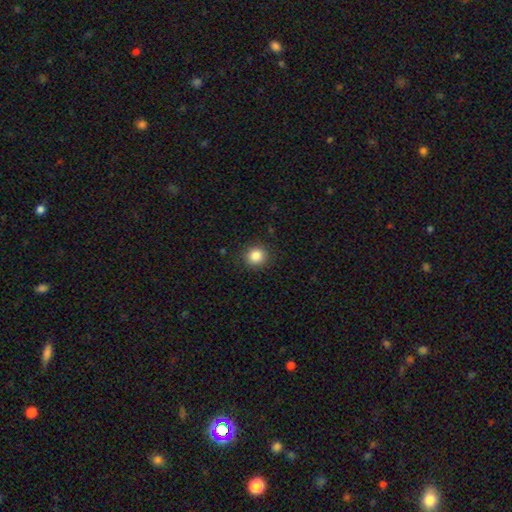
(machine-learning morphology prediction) A smooth galaxy with no disk features (85%) that is round (91%). Merging: none (90%).